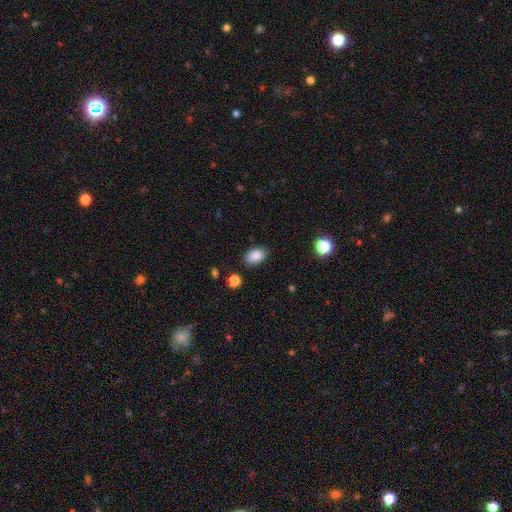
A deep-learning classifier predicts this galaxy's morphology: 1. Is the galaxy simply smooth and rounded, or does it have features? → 87% smooth, 9% star or artifact, 4% featured or disk.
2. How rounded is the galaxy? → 87% in between, 12% round, 1% cigar-shaped.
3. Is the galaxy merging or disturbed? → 79% none, 15% minor disturbance, 3% major disturbance, 2% merger.